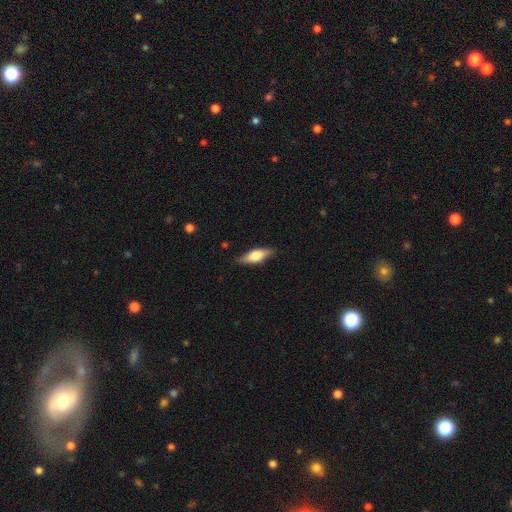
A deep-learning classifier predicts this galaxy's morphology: smooth_or_featured: smooth (p=0.57) [alt: featured or disk p=0.37]
how_rounded: in between (p=0.59) [alt: cigar-shaped p=0.38]
merging: none (p=0.85) [alt: minor disturbance p=0.11]